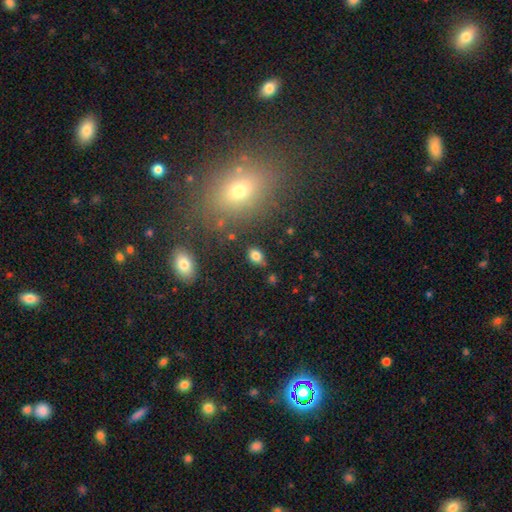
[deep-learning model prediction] The model was most divided on "how rounded": in between: 77%, round: 21%, cigar-shaped: 2%. More confident: smooth or featured — smooth (80%); merging — none (78%).